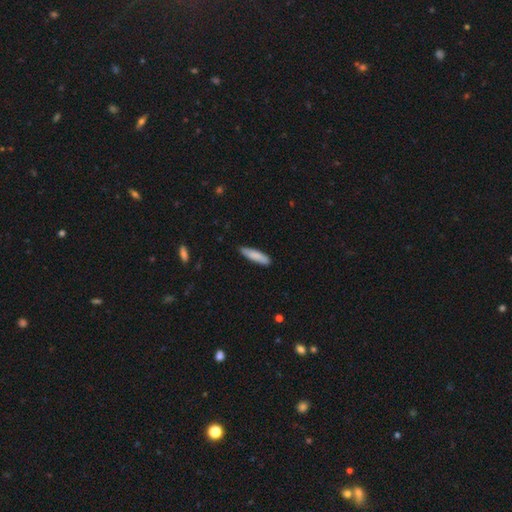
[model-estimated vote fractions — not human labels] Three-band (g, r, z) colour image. It shows a smooth galaxy with no disk features (84%) that is cigar-shaped (74%). Merging: none (84%).